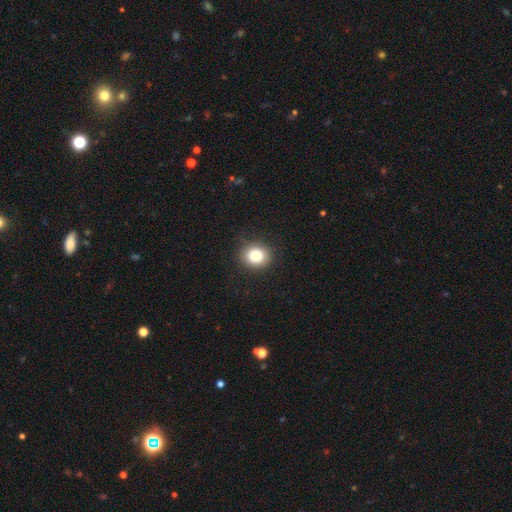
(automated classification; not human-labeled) Smooth or featured? smooth (84%)
How rounded? round (74%)
Merging? none (88%)